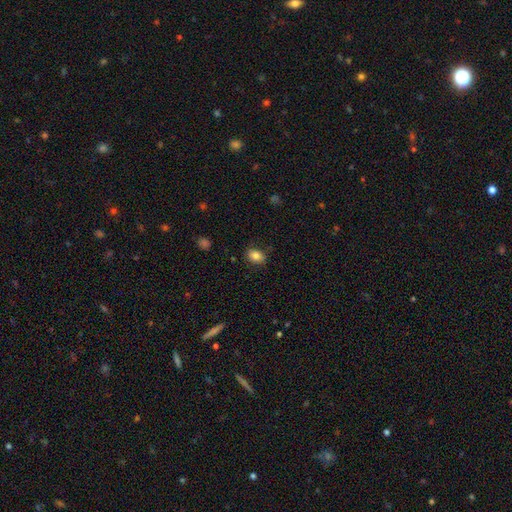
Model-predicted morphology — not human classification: smooth 82%, star or artifact 9%, featured or disk 9%. Down the decision tree: how rounded — in between (70%); merging — none (82%).